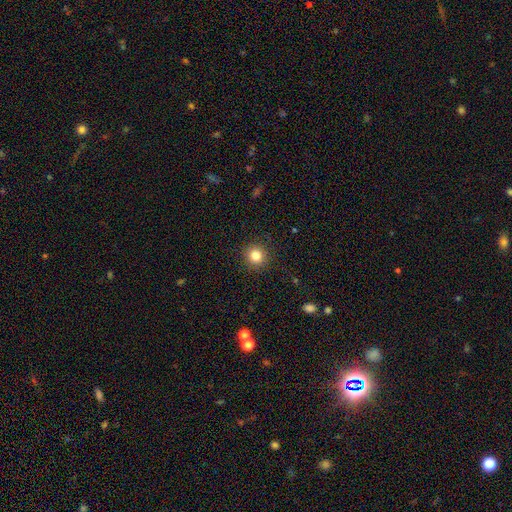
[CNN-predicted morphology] Overall: smooth (83%). How rounded: round (93%). Merging: none (91%).